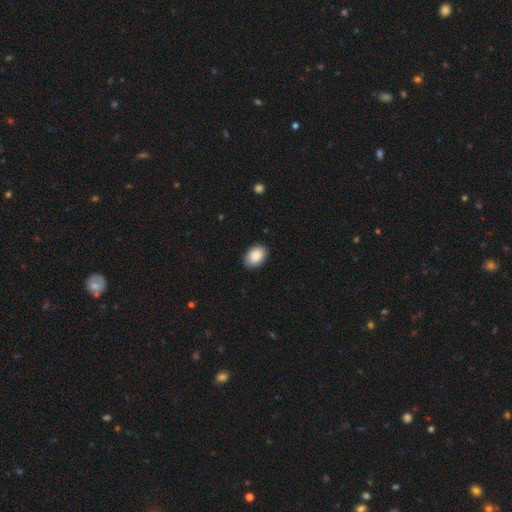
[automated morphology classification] A smooth galaxy with no disk features (89%) that is in between round and cigar-shaped (85%).

Vote fractions:
- Smooth or featured? smooth: 89% / star or artifact: 7% / featured or disk: 5%
- How rounded? in between: 85% / round: 14% / cigar-shaped: 1%
- Merging? none: 87% / minor disturbance: 10% / major disturbance: 2% / merger: 1%